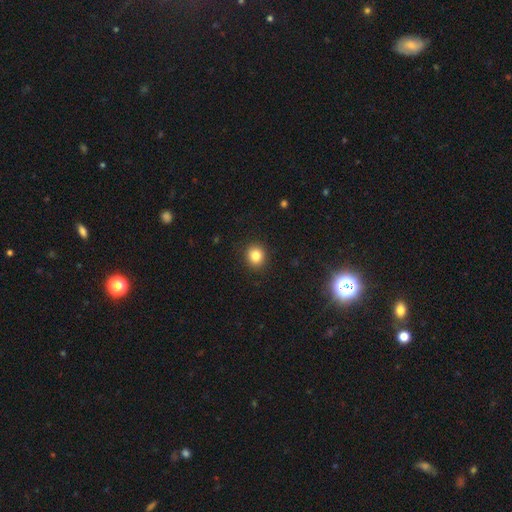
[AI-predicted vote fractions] Q: Smooth or featured?
A: smooth (83%); runner-up: star or artifact (11%)
Q: How rounded?
A: round (81%); runner-up: in between (18%)
Q: Merging?
A: none (91%); runner-up: minor disturbance (6%)